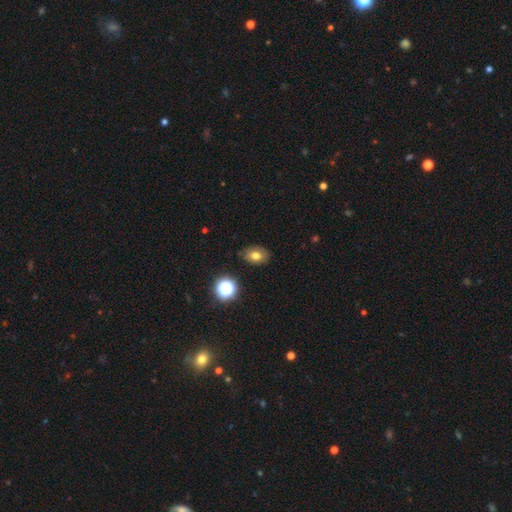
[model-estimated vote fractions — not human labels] Q: Smooth or featured?
A: smooth (72%); runner-up: featured or disk (14%)
Q: How rounded?
A: in between (73%); runner-up: round (26%)
Q: Merging?
A: none (81%); runner-up: minor disturbance (14%)